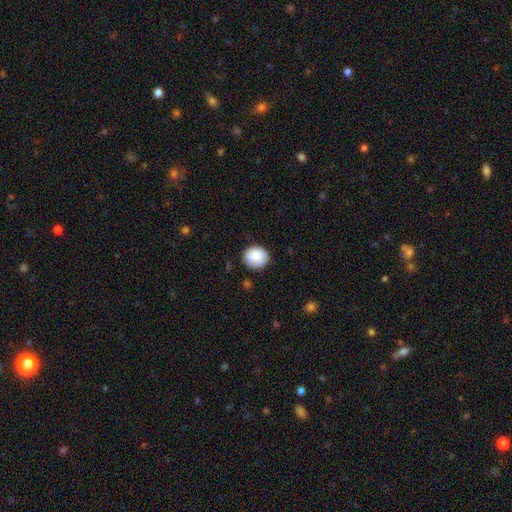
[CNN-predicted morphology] smooth-or-featured: smooth: 86% | star or artifact: 7% | featured or disk: 7%
  how-rounded: round: 77% | in between: 23% | cigar-shaped: 1%
  merging: none: 84% | minor disturbance: 12% | major disturbance: 2% | merger: 2%